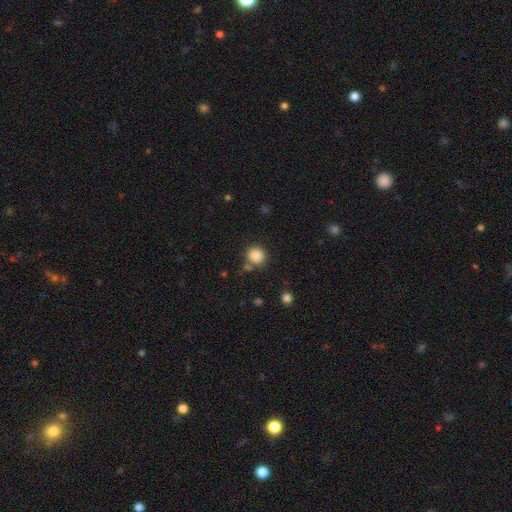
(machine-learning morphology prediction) Smooth or featured? Predicted: smooth (p=0.86). How rounded? Predicted: round (p=0.88). Merging? Predicted: none (p=0.76).